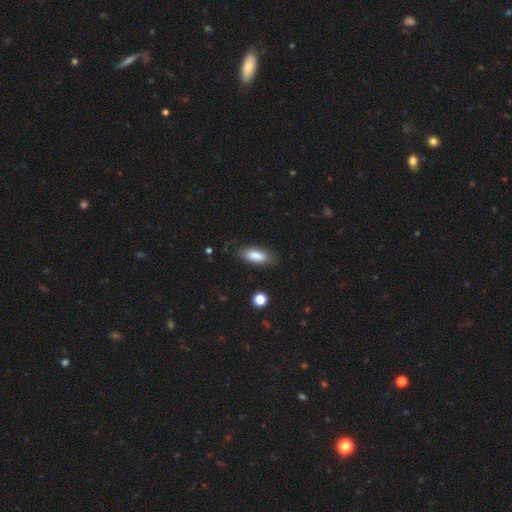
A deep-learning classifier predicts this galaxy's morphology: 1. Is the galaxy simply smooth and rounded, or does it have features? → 83% smooth, 10% featured or disk, 7% star or artifact.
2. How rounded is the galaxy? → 78% in between, 20% cigar-shaped, 2% round.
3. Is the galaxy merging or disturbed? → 81% none, 14% minor disturbance, 4% major disturbance, 2% merger.